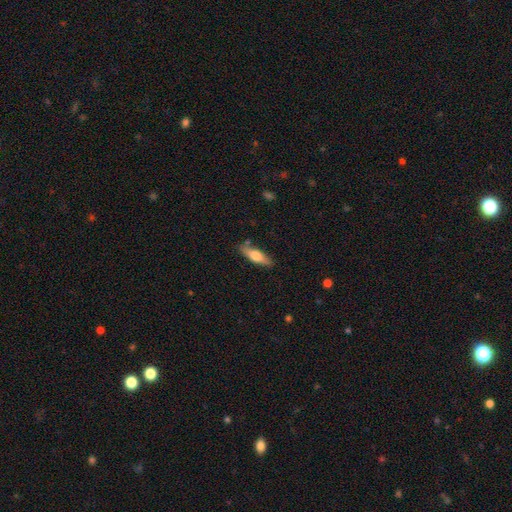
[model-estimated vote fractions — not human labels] This appears to be a smooth galaxy with no disk features (63%) that is cigar-shaped (54%). Merging: none (80%).